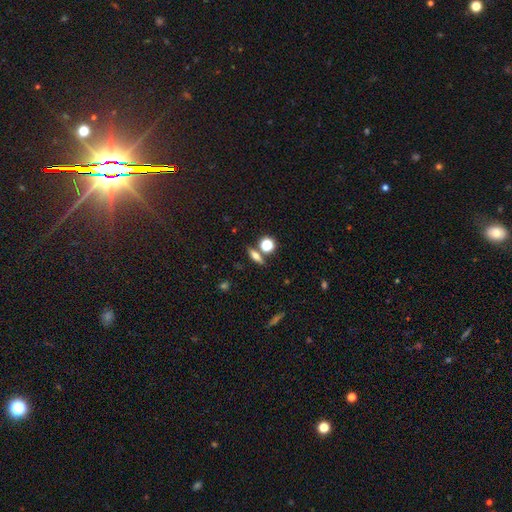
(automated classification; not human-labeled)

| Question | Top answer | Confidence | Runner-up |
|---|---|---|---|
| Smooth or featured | smooth | 52% | featured or disk (33%) |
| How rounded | cigar-shaped | 46% | in between (35%) |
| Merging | none | 75% | merger (12%) |